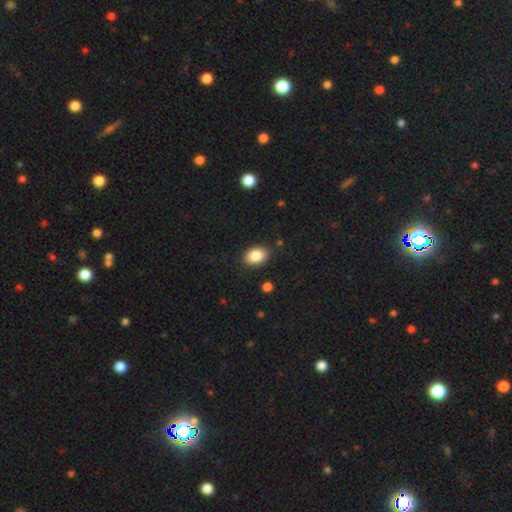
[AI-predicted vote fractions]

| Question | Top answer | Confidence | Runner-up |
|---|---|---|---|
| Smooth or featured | smooth | 85% | star or artifact (8%) |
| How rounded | in between | 83% | round (15%) |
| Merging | none | 86% | minor disturbance (10%) |